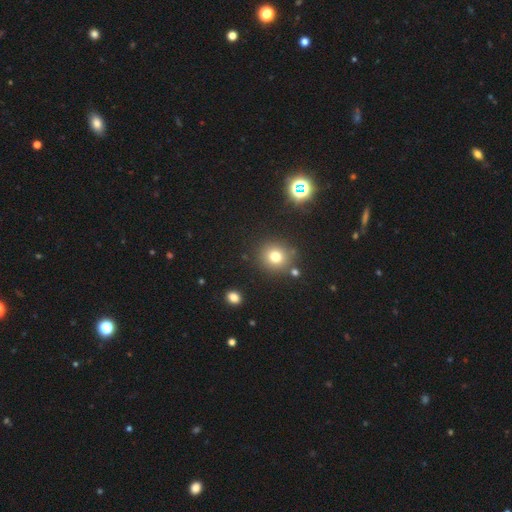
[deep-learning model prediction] A smooth galaxy with no disk features (50%).

Vote fractions:
- Smooth or featured? smooth: 50% / star or artifact: 43% / featured or disk: 7%
- Merging? none: 84% / minor disturbance: 6% / merger: 6% / major disturbance: 3%